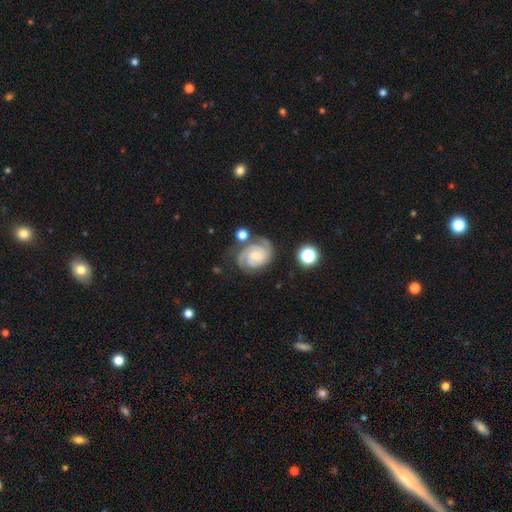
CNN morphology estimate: Overall: featured or disk (84%). Edge-on disk: no (98%). Bar: no (61%; weak 32%). Spiral arms: yes (97%). Spiral arm count: 2 (62%). Spiral winding: tight (64%; medium 31%). Bulge size: small (52%; moderate 33%). Merging: none (67%).